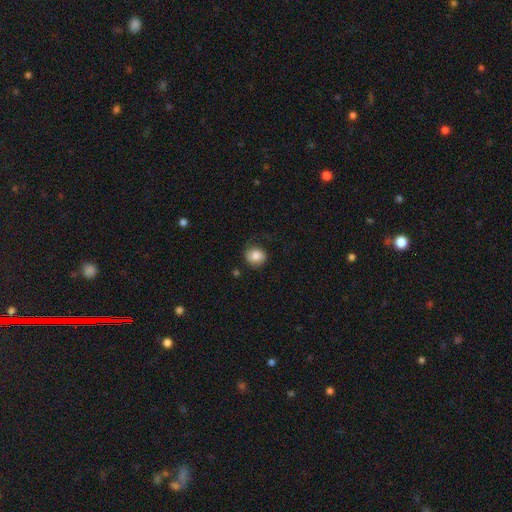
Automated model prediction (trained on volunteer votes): smooth-or-featured: smooth: 81% | featured or disk: 11% | star or artifact: 8%
  how-rounded: round: 74% | in between: 25% | cigar-shaped: 1%
  merging: none: 68% | minor disturbance: 21% | major disturbance: 9% | merger: 2%